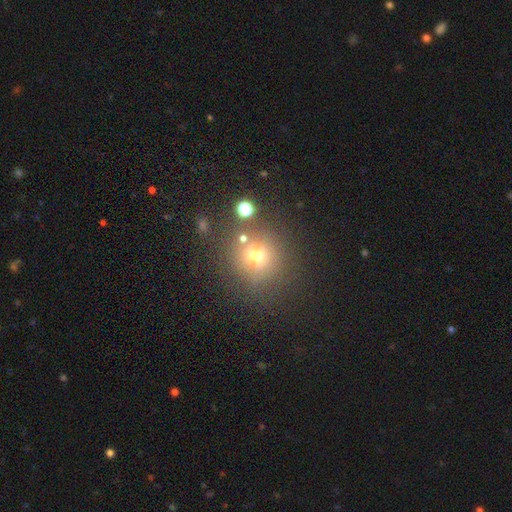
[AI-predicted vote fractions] Smooth or featured? Predicted: smooth (p=0.61). How rounded? Predicted: round (p=0.86). Merging? Predicted: none (p=0.72).